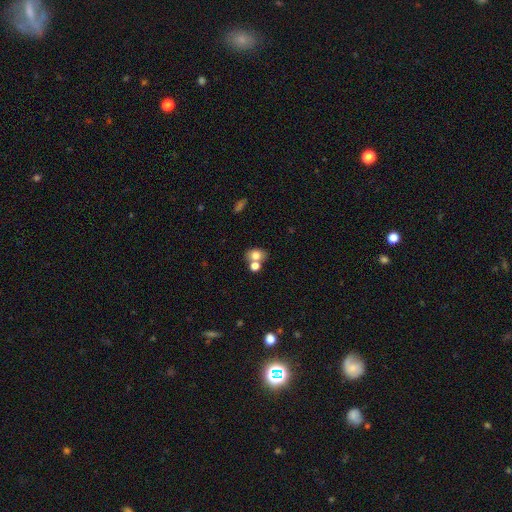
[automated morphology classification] This is likely a smooth galaxy (76%). How rounded: possibly in between (51%). Merging: marginally none (44%).